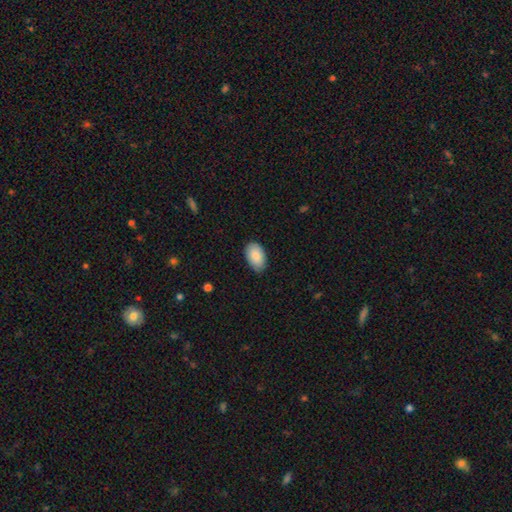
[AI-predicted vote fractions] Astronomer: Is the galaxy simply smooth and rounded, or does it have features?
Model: smooth — 89%.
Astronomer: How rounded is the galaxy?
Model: in between — 94%.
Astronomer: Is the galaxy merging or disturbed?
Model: none — 83%.